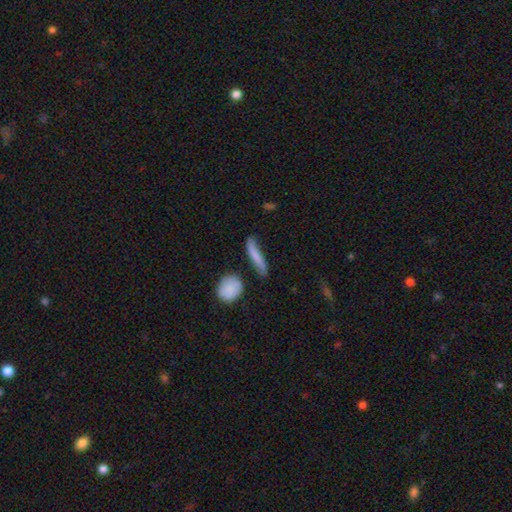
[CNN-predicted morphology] The model was most divided on "merging": none: 66%, minor disturbance: 23%, major disturbance: 7%, merger: 5%. More confident: how rounded — cigar-shaped (85%); smooth or featured — smooth (72%).